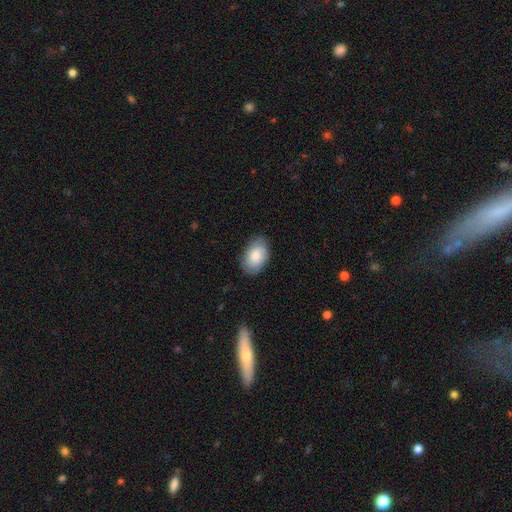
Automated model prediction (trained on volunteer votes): smooth_or_featured: smooth (p=0.77) [alt: featured or disk p=0.17]
how_rounded: in between (p=0.89) [alt: round p=0.10]
merging: none (p=0.79) [alt: minor disturbance p=0.17]